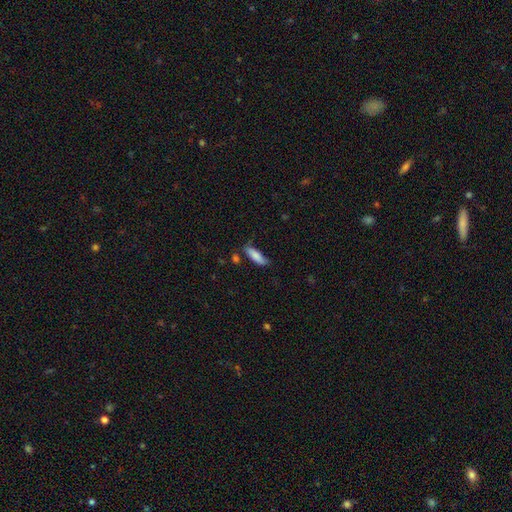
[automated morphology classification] Overall: smooth (85%). How rounded: in between (52%; cigar-shaped 47%). Merging: none (73%).